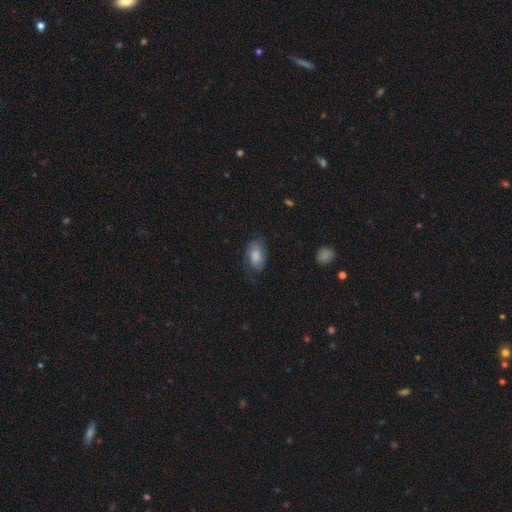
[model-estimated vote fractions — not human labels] smooth_or_featured: smooth (p=0.66) [alt: featured or disk p=0.26]
how_rounded: in between (p=0.91) [alt: round p=0.06]
merging: none (p=0.63) [alt: minor disturbance p=0.24]